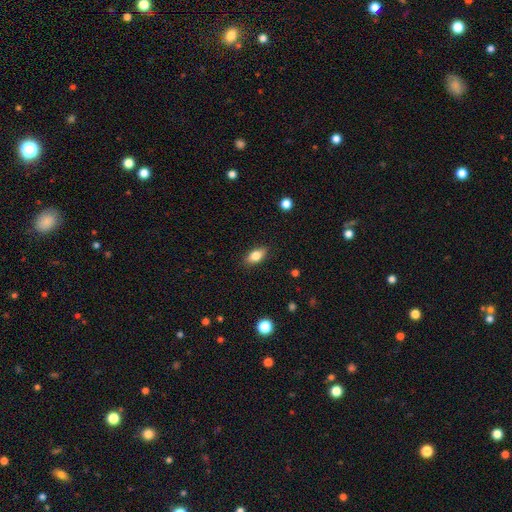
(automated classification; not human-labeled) Overall: smooth (80%). How rounded: in between (86%). Merging: none (87%).